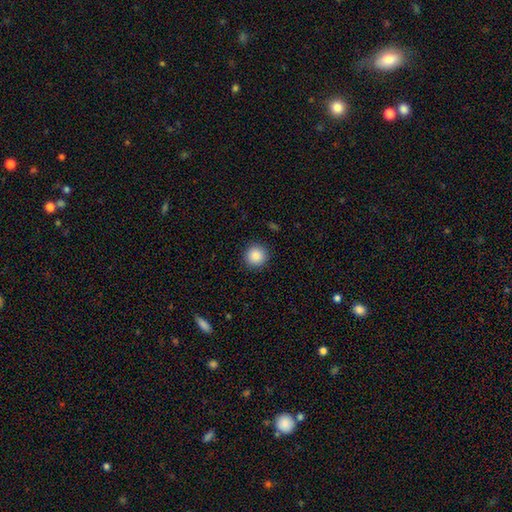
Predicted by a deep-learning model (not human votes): A smooth galaxy with no disk features (86%) that is round (95%).

Vote fractions:
- Smooth or featured? smooth: 86% / star or artifact: 9% / featured or disk: 5%
- How rounded? round: 95% / in between: 4% / cigar-shaped: 1%
- Merging? none: 92% / minor disturbance: 5% / major disturbance: 2% / merger: 1%